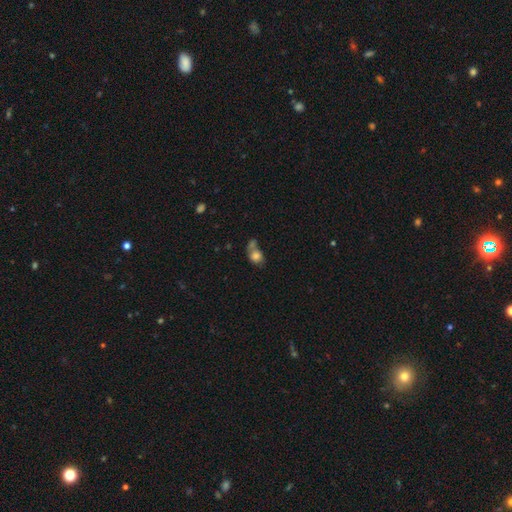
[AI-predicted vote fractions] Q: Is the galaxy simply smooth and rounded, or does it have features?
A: smooth — 77%.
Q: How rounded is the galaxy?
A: round — 55%.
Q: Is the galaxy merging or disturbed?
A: merger — 46%.